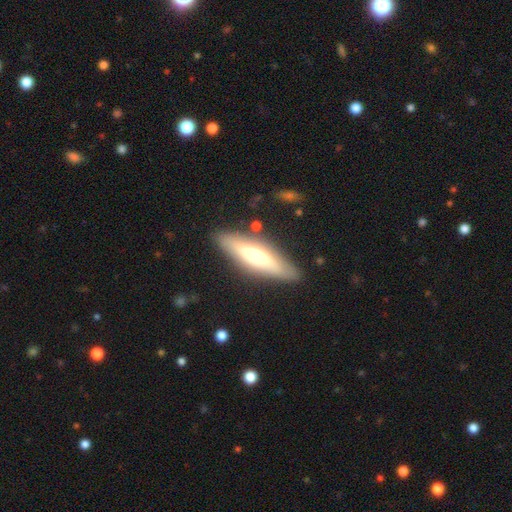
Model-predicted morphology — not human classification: This appears to be a smooth galaxy with no disk features (47%, tied with featured or disk). Merging: none (84%).